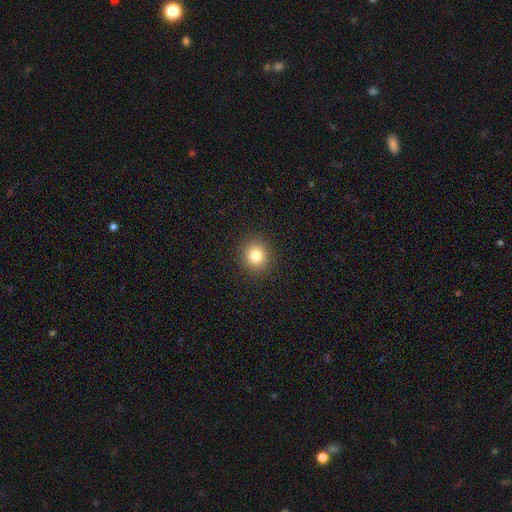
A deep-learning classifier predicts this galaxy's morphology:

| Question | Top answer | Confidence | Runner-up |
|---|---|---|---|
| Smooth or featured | smooth | 81% | star or artifact (12%) |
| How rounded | round | 89% | in between (10%) |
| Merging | none | 92% | minor disturbance (5%) |